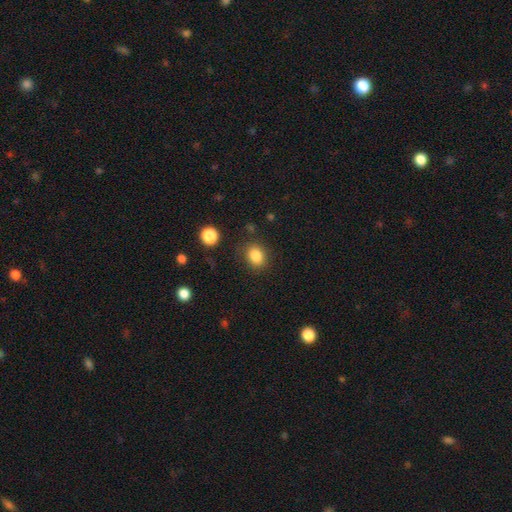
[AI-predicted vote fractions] smooth 85%, star or artifact 10%, featured or disk 5%. Down the decision tree: how rounded — in between (53%); merging — none (83%).